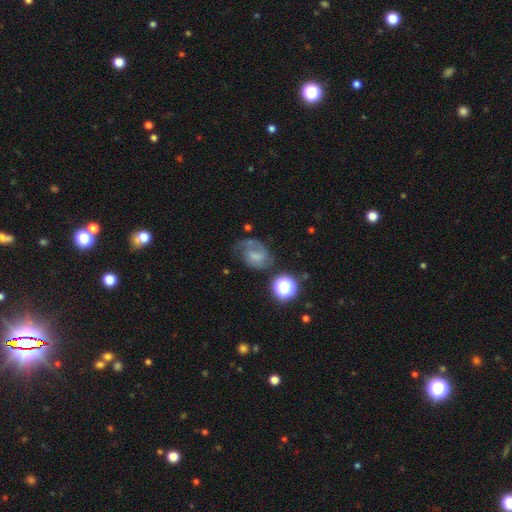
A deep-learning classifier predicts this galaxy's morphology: smooth-or-featured: featured or disk: 57% | smooth: 29% | star or artifact: 14%
  disk-edge-on: no: 97% | yes: 3%
    bar: weak: 47% | no: 38% | strong: 15%
    has-spiral-arms: yes: 84% | no: 16%
    bulge-size: none: 37% | small: 29% | moderate: 24% | large: 8% | dominant: 2%
  merging: none: 47% | minor disturbance: 25% | major disturbance: 23% | merger: 5%